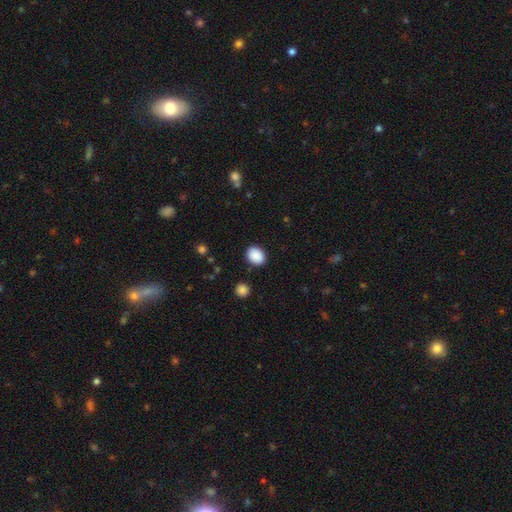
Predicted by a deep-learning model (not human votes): Morphology: type=smooth (89%); roundness=in between (56%); merging=none (88%).